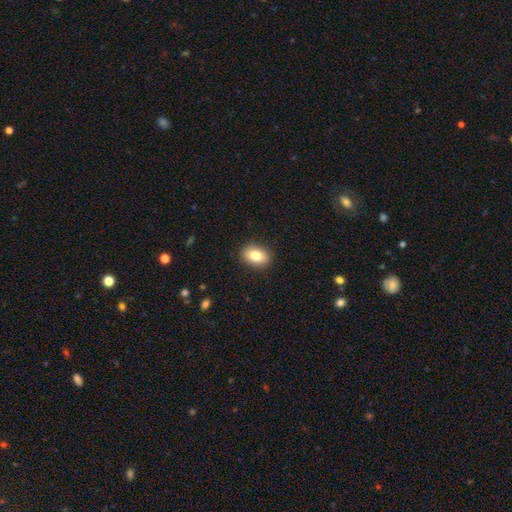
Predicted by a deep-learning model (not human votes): smooth_or_featured: smooth (p=0.80) [alt: featured or disk p=0.11]
how_rounded: in between (p=0.78) [alt: round p=0.21]
merging: none (p=0.89) [alt: minor disturbance p=0.08]